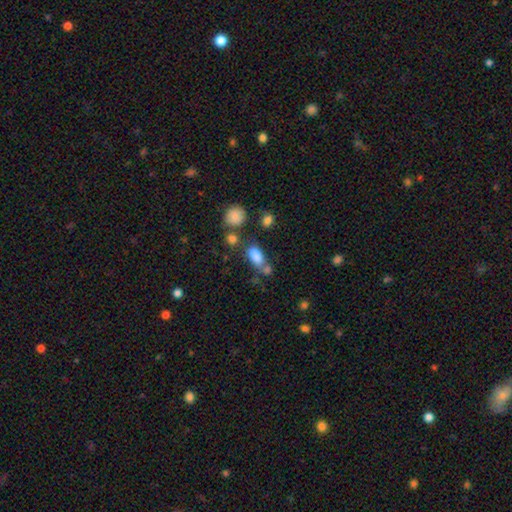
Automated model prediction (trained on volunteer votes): smooth_or_featured: smooth (p=0.81) [alt: star or artifact p=0.11]
how_rounded: in between (p=0.83) [alt: cigar-shaped p=0.10]
merging: none (p=0.48) [alt: merger p=0.27]